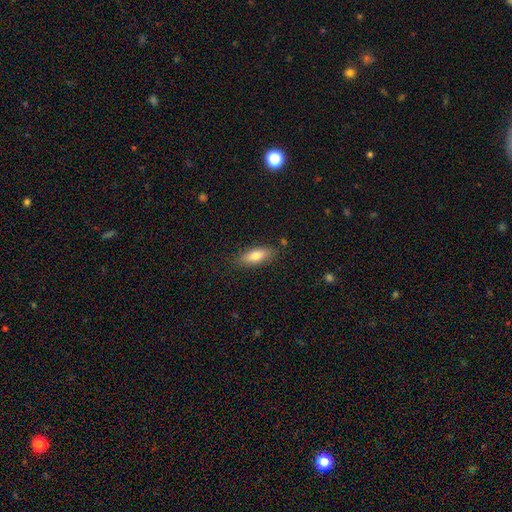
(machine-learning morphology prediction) smooth-or-featured: smooth: 78% | featured or disk: 15% | star or artifact: 7%
  how-rounded: in between: 72% | cigar-shaped: 25% | round: 3%
  merging: none: 82% | minor disturbance: 13% | major disturbance: 3% | merger: 2%